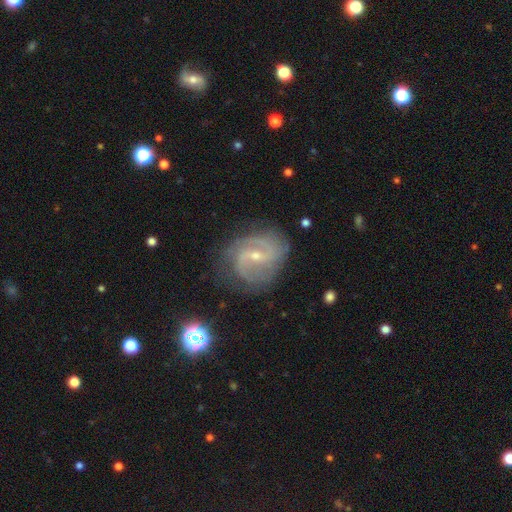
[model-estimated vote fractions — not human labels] Smooth or featured?
  - featured or disk: 87% *
  - star or artifact: 6%
  - smooth: 6%
Edge-on disk?
  - no: 97% *
  - yes: 3%
Bar?
  - weak: 51% *
  - strong: 25%
  - no: 24%
Spiral arms?
  - yes: 96% *
  - no: 4%
Spiral winding?
  - medium: 50% *
  - tight: 27%
  - loose: 23%
Spiral arm count?
  - 2: 70% *
  - can't tell: 11%
  - 3: 10%
  - 1: 3%
  - 4: 3%
  - more than 4: 3%
Bulge size?
  - small: 72% *
  - moderate: 25%
  - none: 1%
  - large: 1%
  - dominant: 1%
Merging?
  - none: 73% *
  - minor disturbance: 18%
  - major disturbance: 7%
  - merger: 2%